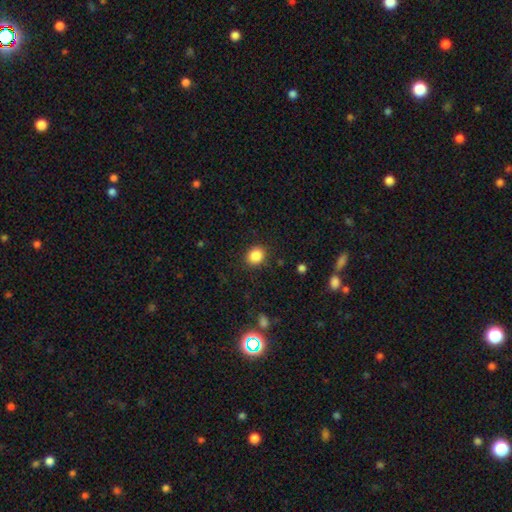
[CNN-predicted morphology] smooth_or_featured: smooth (p=0.87) [alt: star or artifact p=0.10]
how_rounded: round (p=0.72) [alt: in between p=0.27]
merging: none (p=0.88) [alt: minor disturbance p=0.08]